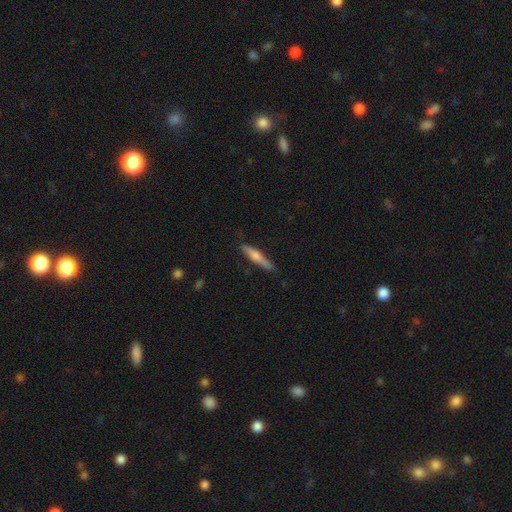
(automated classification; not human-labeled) Morphology: type=smooth (50%); roundness=cigar-shaped (91%); merging=none (85%).